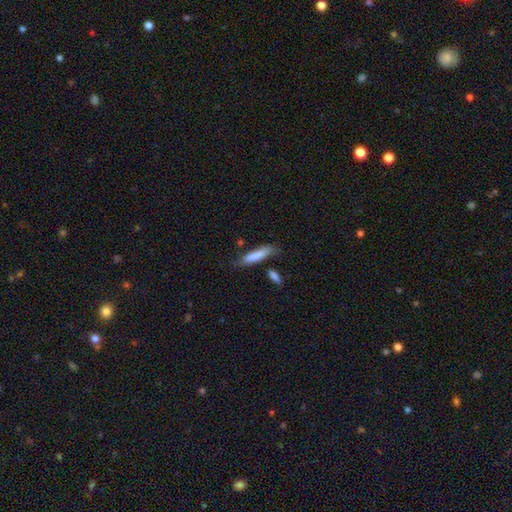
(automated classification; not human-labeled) A smooth galaxy with no disk features (81%) that is cigar-shaped (79%). Merging: none (65%).